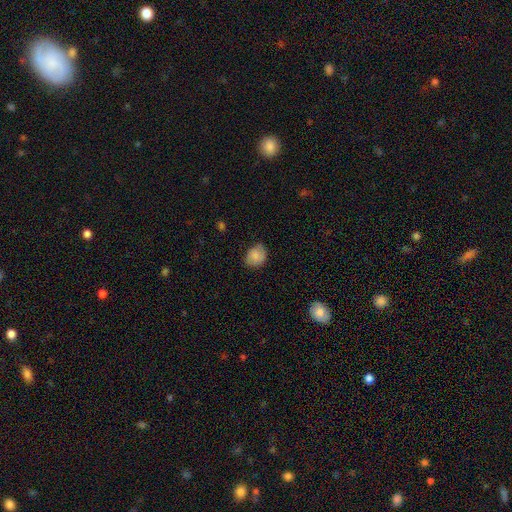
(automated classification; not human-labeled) Morphology: type=smooth (76%); roundness=round (55%); merging=none (71%).